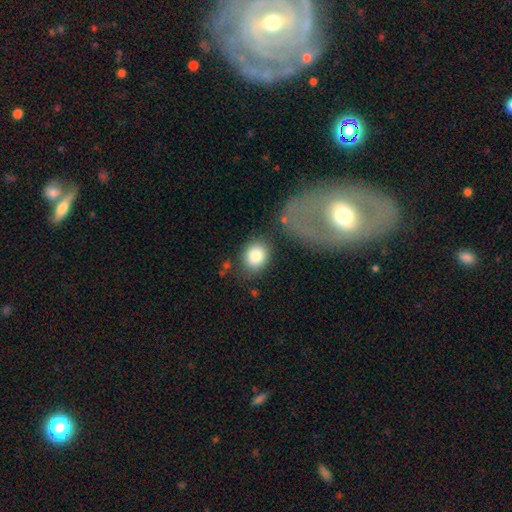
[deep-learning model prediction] smooth 83%, featured or disk 9%, star or artifact 8%. Down the decision tree: how rounded — round (61%); merging — none (77%).